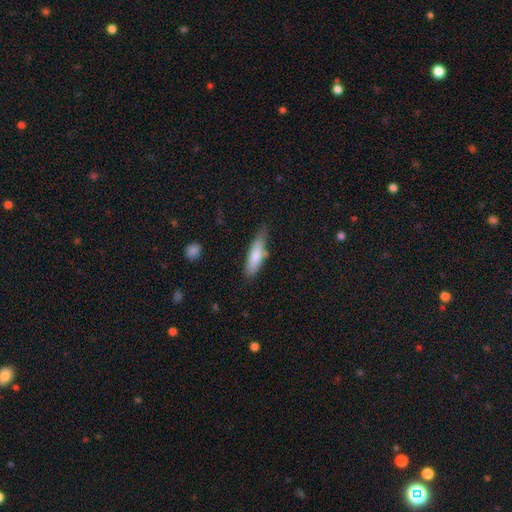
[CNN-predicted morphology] A smooth galaxy with no disk features (76%) that is cigar-shaped (64%). Merging: none (62%).